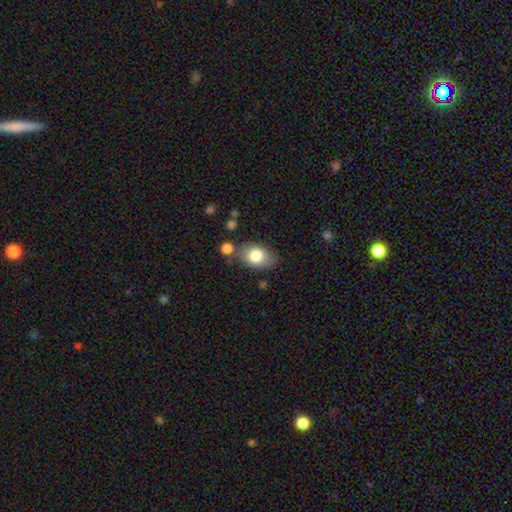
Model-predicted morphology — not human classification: A smooth galaxy with no disk features (80%) that is in between round and cigar-shaped (83%). Merging: none (71%).